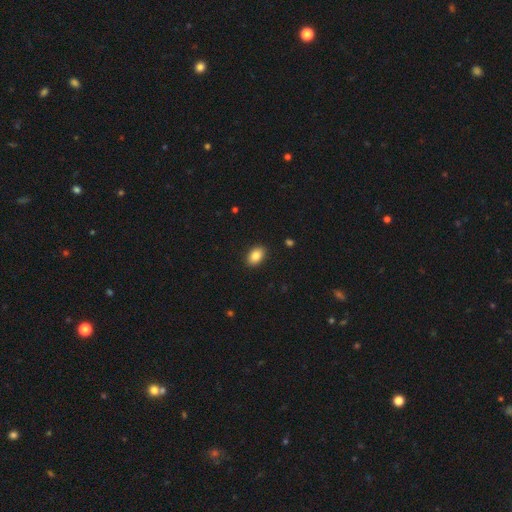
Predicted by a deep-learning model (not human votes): Morphology: type=smooth (86%); roundness=in between (89%); merging=none (89%).